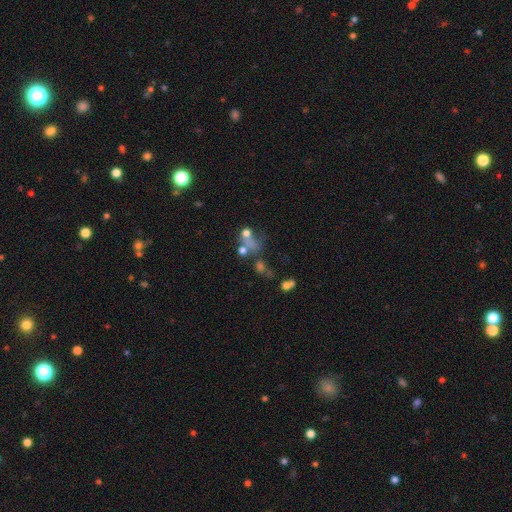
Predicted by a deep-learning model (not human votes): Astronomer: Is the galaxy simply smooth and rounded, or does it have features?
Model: star or artifact — 45% (runner-up: smooth, 33%).